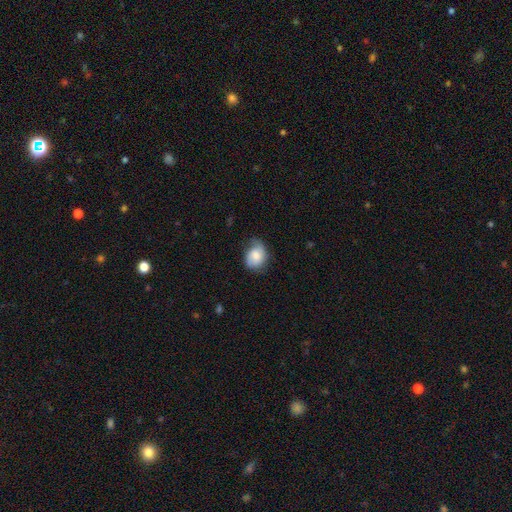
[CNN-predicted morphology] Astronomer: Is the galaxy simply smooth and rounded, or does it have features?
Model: smooth — 67%.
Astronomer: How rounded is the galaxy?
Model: in between — 58% (runner-up: round, 41%).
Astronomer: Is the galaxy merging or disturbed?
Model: none — 48% (runner-up: minor disturbance, 37%).